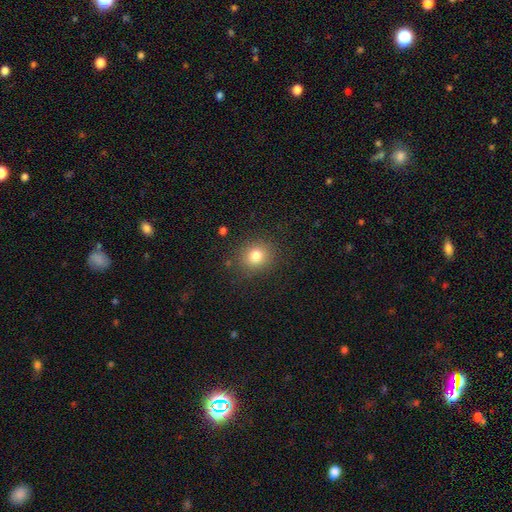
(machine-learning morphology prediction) smooth-or-featured: smooth: 80% | star or artifact: 12% | featured or disk: 8%
  how-rounded: round: 78% | in between: 21% | cigar-shaped: 1%
  merging: none: 86% | minor disturbance: 9% | major disturbance: 3% | merger: 1%